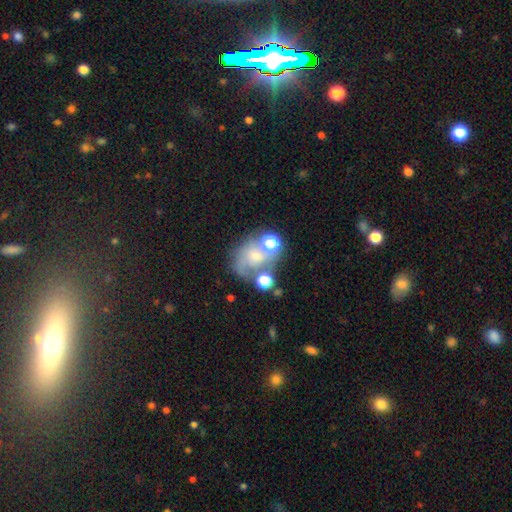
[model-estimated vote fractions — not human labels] Smooth or featured?
  - featured or disk: 43% *
  - smooth: 38%
  - star or artifact: 19%
Merging?
  - none: 38% *
  - merger: 27%
  - major disturbance: 18%
  - minor disturbance: 17%